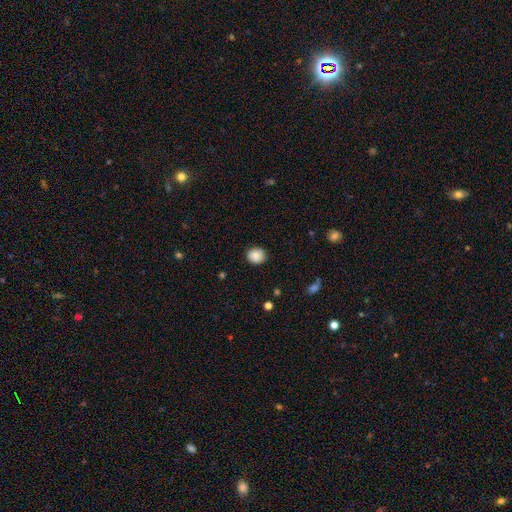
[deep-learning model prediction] This is clearly a smooth galaxy (87%). How rounded: clearly round (81%). Merging: clearly none (89%).